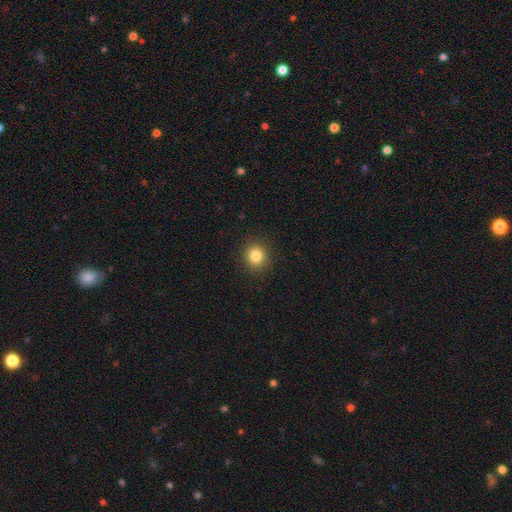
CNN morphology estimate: smooth_or_featured: smooth (p=0.83) [alt: star or artifact p=0.11]
how_rounded: round (p=0.87) [alt: in between p=0.13]
merging: none (p=0.91) [alt: minor disturbance p=0.06]